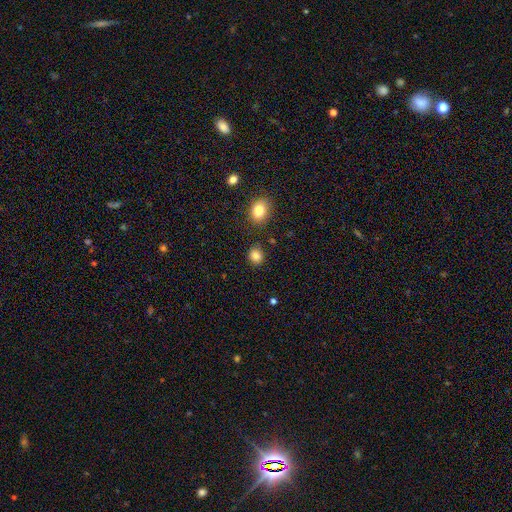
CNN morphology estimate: This appears to be a smooth galaxy with no disk features (85%) that is round (70%). Merging: none (83%).